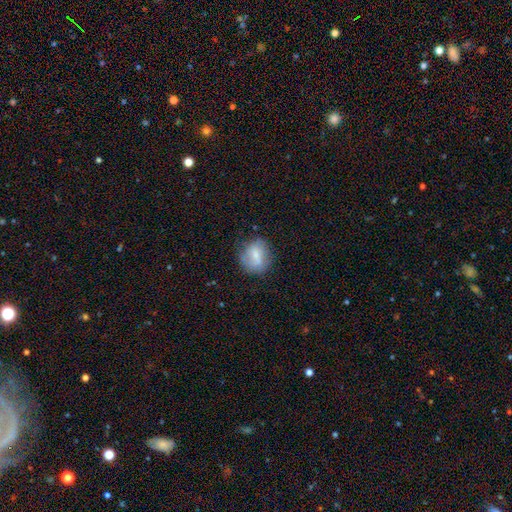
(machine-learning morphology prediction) smooth-or-featured: smooth: 57% | featured or disk: 35% | star or artifact: 8%
  how-rounded: round: 71% | in between: 28% | cigar-shaped: 1%
  merging: none: 65% | minor disturbance: 23% | major disturbance: 9% | merger: 3%